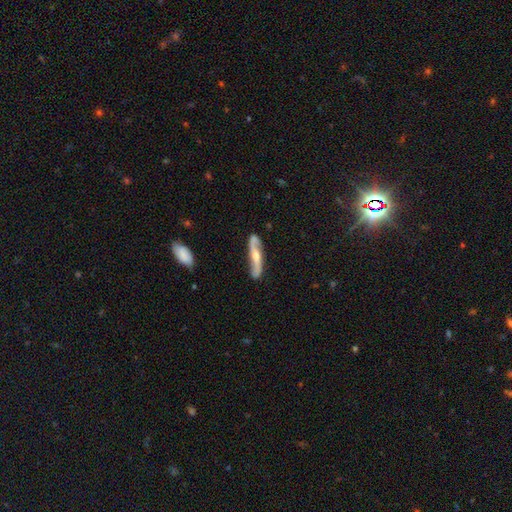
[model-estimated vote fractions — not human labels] Q: Smooth or featured?
A: featured or disk (79%); runner-up: smooth (16%)
Q: Edge-on disk?
A: no (71%); runner-up: yes (29%)
Q: Bar?
A: no (45%); runner-up: weak (30%)
Q: Spiral arms?
A: yes (93%); runner-up: no (7%)
Q: Spiral winding?
A: loose (64%); runner-up: medium (25%)
Q: Spiral arm count?
A: 2 (92%); runner-up: can't tell (4%)
Q: Bulge size?
A: moderate (58%); runner-up: small (32%)
Q: Merging?
A: none (80%); runner-up: minor disturbance (14%)